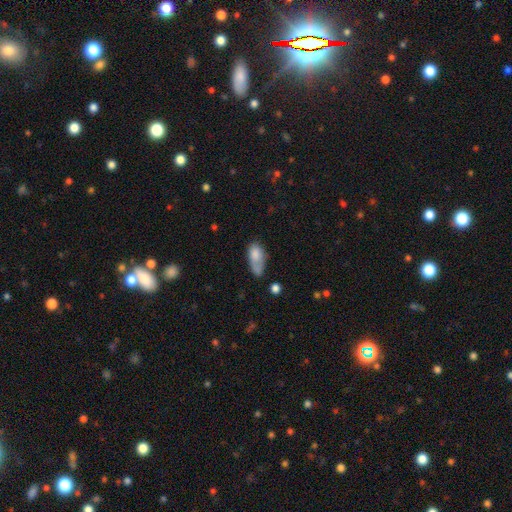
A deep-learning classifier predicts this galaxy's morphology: smooth-or-featured: smooth: 76% | featured or disk: 16% | star or artifact: 8%
  how-rounded: in between: 85% | cigar-shaped: 10% | round: 5%
  merging: none: 32% | minor disturbance: 29% | major disturbance: 21% | merger: 19%